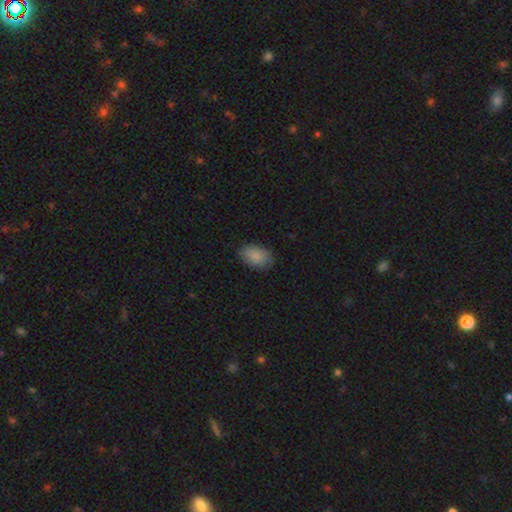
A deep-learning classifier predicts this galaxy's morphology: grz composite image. It shows a smooth galaxy with no disk features (87%) that is in between round and cigar-shaped (87%). Merging: none (81%).